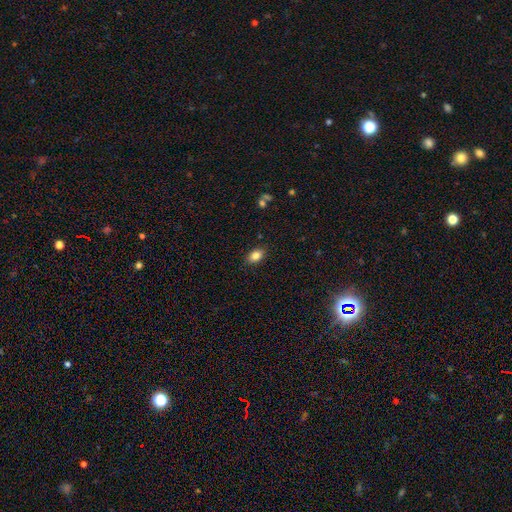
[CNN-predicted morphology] This is clearly a smooth galaxy (83%). How rounded: clearly in between (84%). Merging: clearly none (86%).